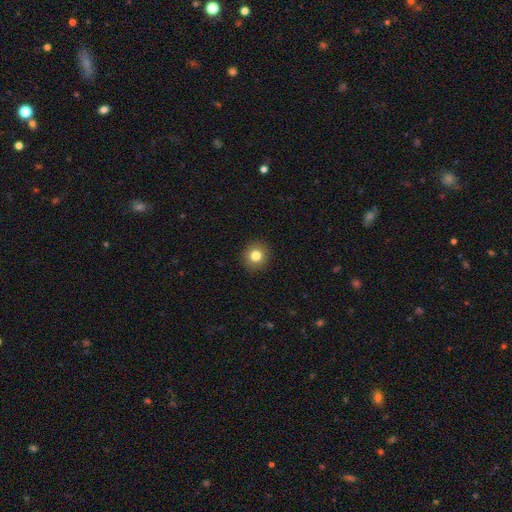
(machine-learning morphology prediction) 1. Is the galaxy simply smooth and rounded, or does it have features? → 81% smooth, 11% star or artifact, 8% featured or disk.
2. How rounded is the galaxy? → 91% round, 8% in between, 1% cigar-shaped.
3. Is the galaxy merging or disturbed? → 92% none, 5% minor disturbance, 2% major disturbance, 1% merger.